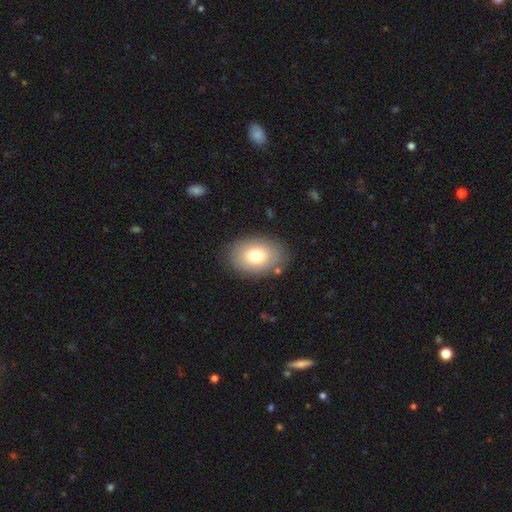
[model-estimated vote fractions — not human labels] This is likely a smooth galaxy (78%). How rounded: clearly in between (81%). Merging: clearly none (84%).